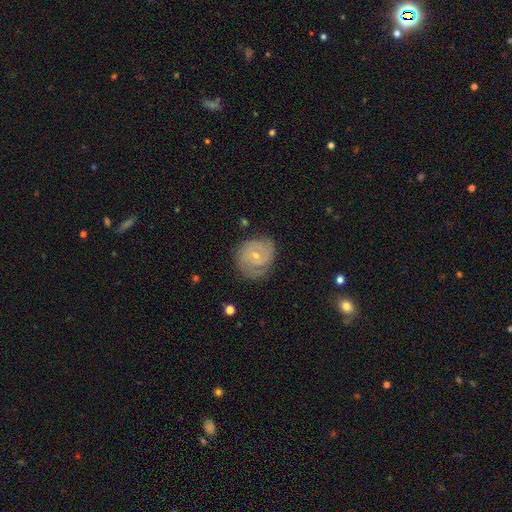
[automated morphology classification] featured or disk 71%, smooth 22%, star or artifact 7%. Down the decision tree: edge-on disk — no (98%); bar — no (68%); spiral arms — yes (90%); spiral arm count — 2 (40%); spiral winding — tight (61%); bulge size — small (72%); merging — none (70%).